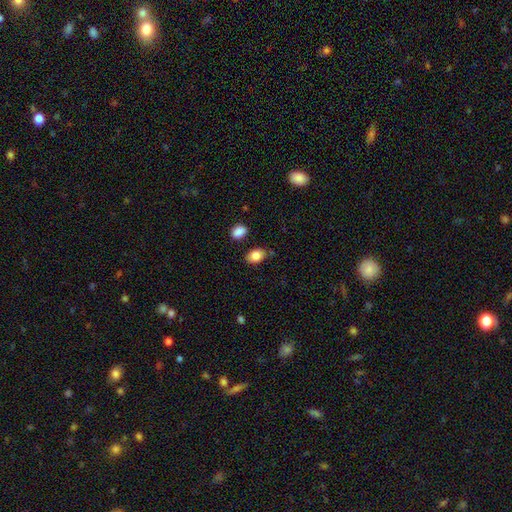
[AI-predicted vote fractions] Overall: smooth (85%). How rounded: in between (79%). Merging: none (78%).